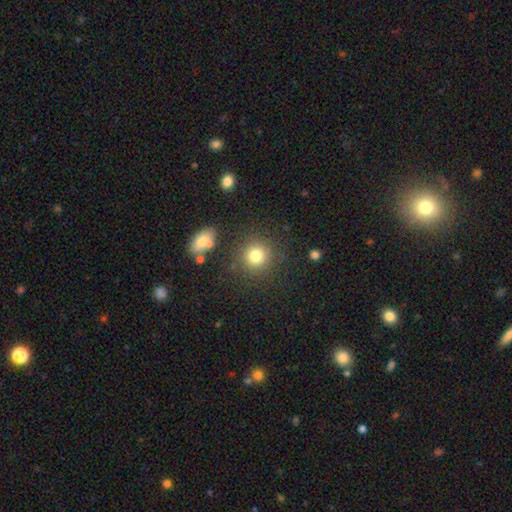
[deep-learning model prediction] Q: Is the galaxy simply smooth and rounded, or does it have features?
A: smooth — 81%.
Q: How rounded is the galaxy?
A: round — 90%.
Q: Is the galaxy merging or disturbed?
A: none — 84%.